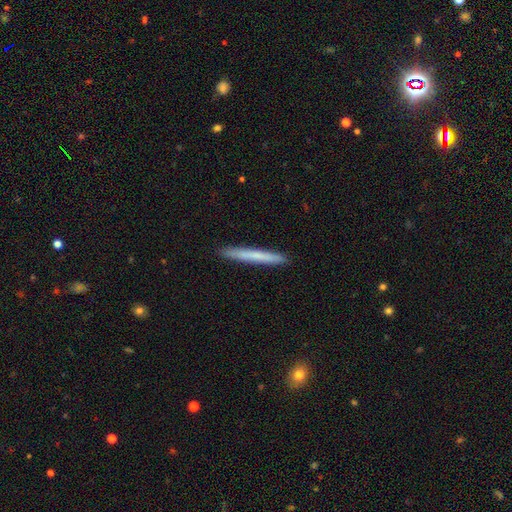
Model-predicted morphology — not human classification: A smooth galaxy with no disk features (65%) that is cigar-shaped (97%).

Vote fractions:
- Smooth or featured? smooth: 65% / featured or disk: 29% / star or artifact: 6%
- How rounded? cigar-shaped: 97% / in between: 2% / round: 1%
- Merging? none: 92% / minor disturbance: 6% / major disturbance: 1% / merger: 1%